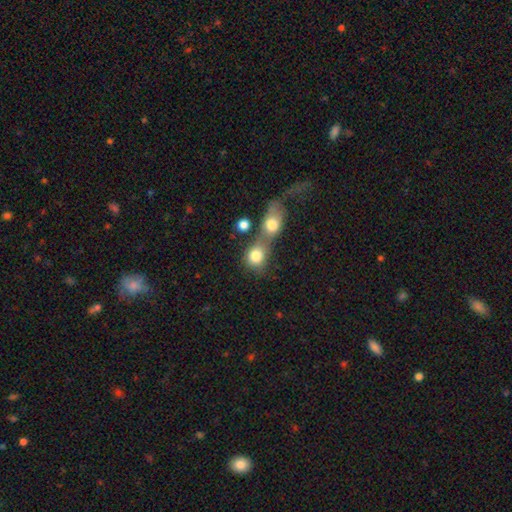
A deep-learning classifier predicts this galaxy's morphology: smooth_or_featured: smooth (p=0.80) [alt: featured or disk p=0.11]
how_rounded: round (p=0.68) [alt: in between p=0.30]
merging: merger (p=0.61) [alt: none p=0.26]